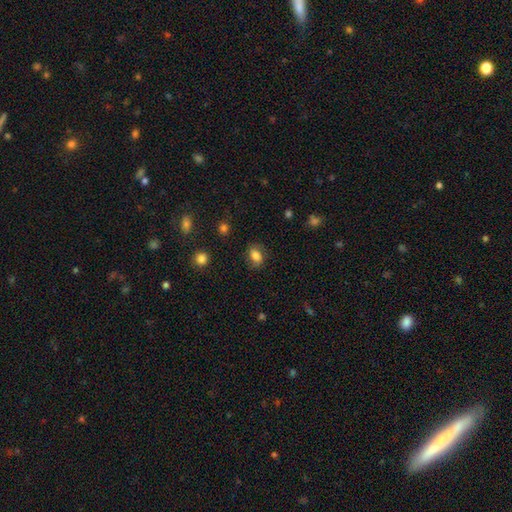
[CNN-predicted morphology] Smooth or featured? Predicted: smooth (p=0.73). How rounded? Predicted: in between (p=0.74). Merging? Predicted: none (p=0.77).